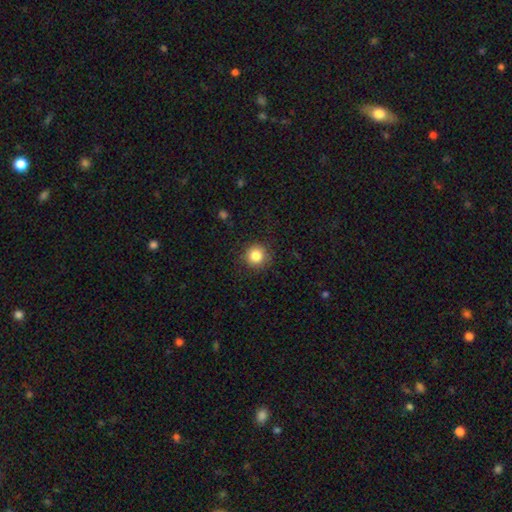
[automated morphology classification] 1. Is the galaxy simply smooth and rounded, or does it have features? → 84% smooth, 10% star or artifact, 5% featured or disk.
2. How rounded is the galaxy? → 94% round, 5% in between, 1% cigar-shaped.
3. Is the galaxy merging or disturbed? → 88% none, 8% minor disturbance, 3% major disturbance, 1% merger.